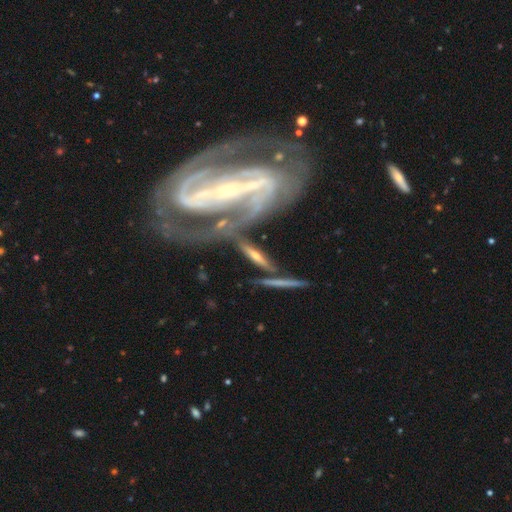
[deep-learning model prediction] Smooth or featured? featured or disk (74%)
Edge-on disk? yes (64%)
Merging? none (54%)